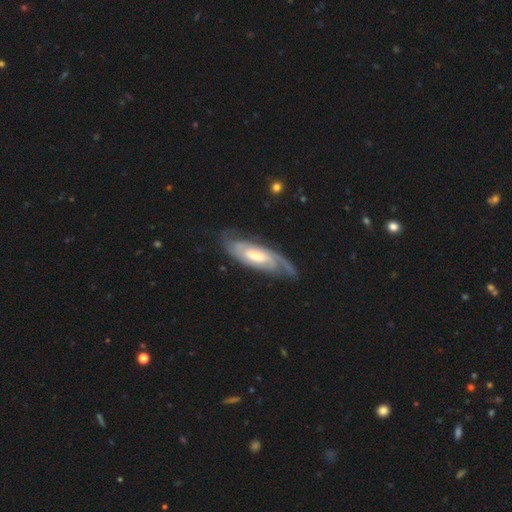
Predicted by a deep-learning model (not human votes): smooth_or_featured: featured or disk (p=0.85) [alt: smooth p=0.11]
disk_edge_on: no (p=0.90) [alt: yes p=0.10]
bar: weak (p=0.43) [tied with: no p=0.43]
has_spiral_arms: yes (p=0.96) [alt: no p=0.04]
spiral_winding: tight (p=0.51) [alt: medium p=0.39]
spiral_arm_count: 2 (p=0.54) [alt: can't tell p=0.22]
bulge_size: moderate (p=0.55) [alt: small p=0.26]
merging: none (p=0.72) [alt: minor disturbance p=0.19]